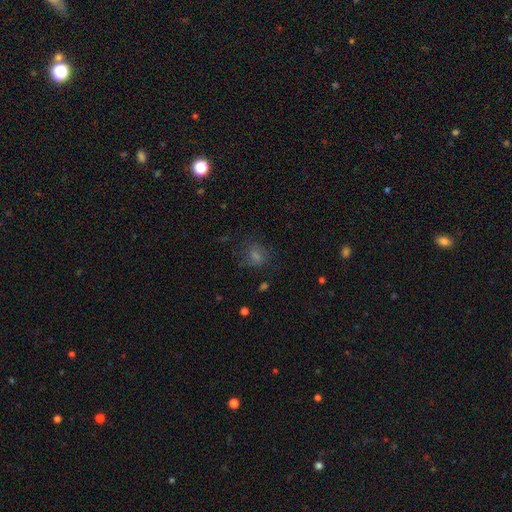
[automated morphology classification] type=smooth (50%); merging=none (72%).